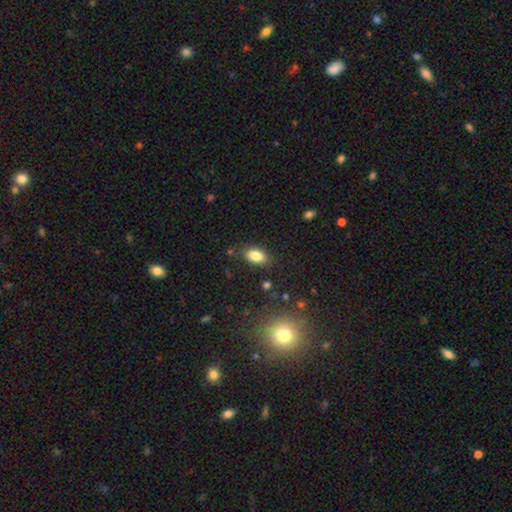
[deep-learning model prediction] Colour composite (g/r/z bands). It shows a smooth galaxy with no disk features (84%) that is in between round and cigar-shaped (90%). Merging: none (81%).